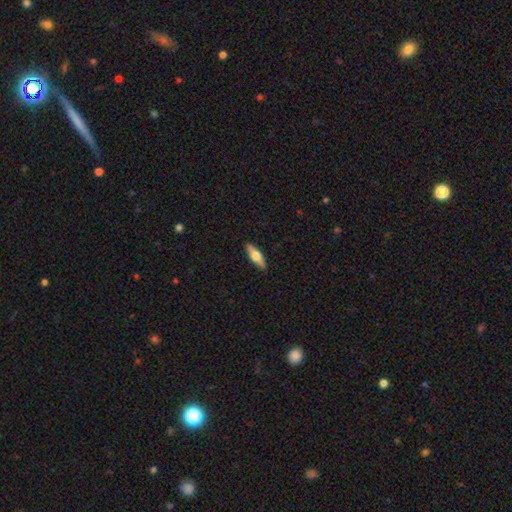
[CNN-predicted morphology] This appears to be a smooth galaxy with no disk features (48%). Merging: none (90%).